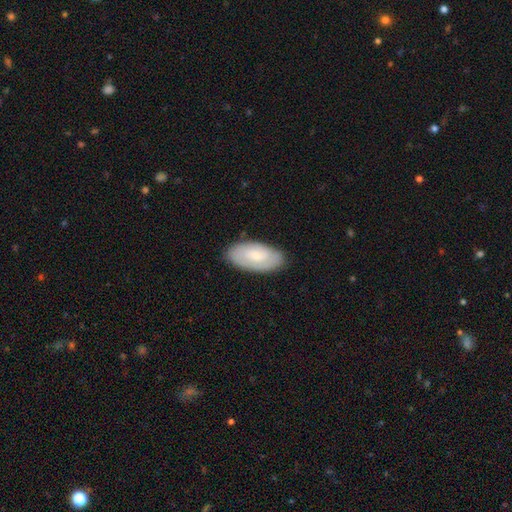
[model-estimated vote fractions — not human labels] A smooth galaxy with no disk features (53%) that is in between round and cigar-shaped (92%).

Vote fractions:
- Smooth or featured? smooth: 53% / featured or disk: 41% / star or artifact: 6%
- How rounded? in between: 92% / cigar-shaped: 5% / round: 2%
- Merging? none: 83% / minor disturbance: 13% / major disturbance: 3% / merger: 1%